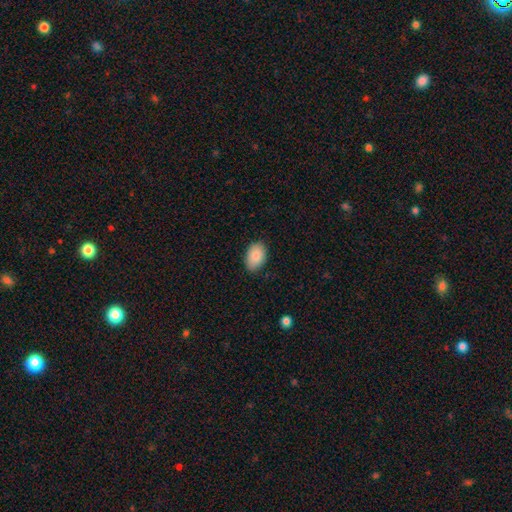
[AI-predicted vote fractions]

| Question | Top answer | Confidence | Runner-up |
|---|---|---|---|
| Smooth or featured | smooth | 87% | star or artifact (7%) |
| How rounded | in between | 90% | round (9%) |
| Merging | none | 84% | minor disturbance (13%) |